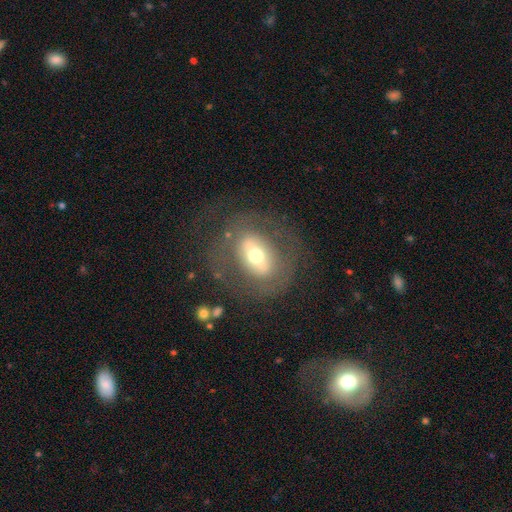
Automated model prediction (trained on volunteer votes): Overall: featured or disk (52%; smooth 40%). Edge-on disk: no (90%). Merging: none (71%).